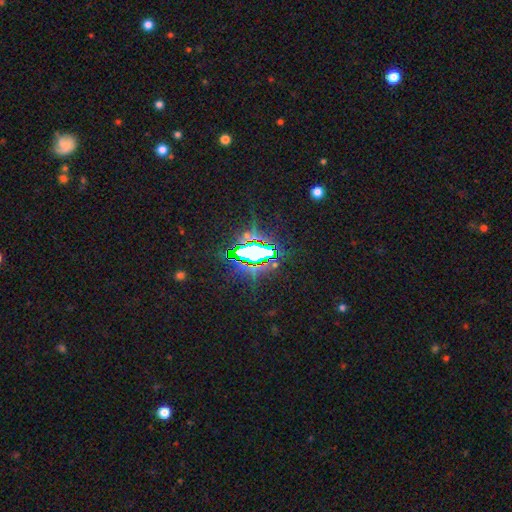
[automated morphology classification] smooth_or_featured: star or artifact (p=0.71) [alt: smooth p=0.16]